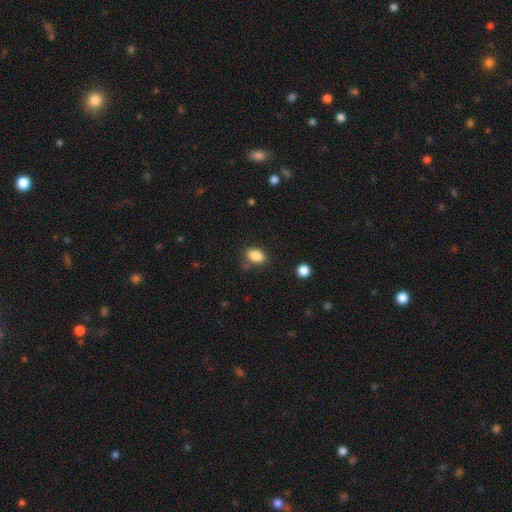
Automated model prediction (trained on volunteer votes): A smooth galaxy with no disk features (86%) that is in between round and cigar-shaped (83%). Merging: none (76%).